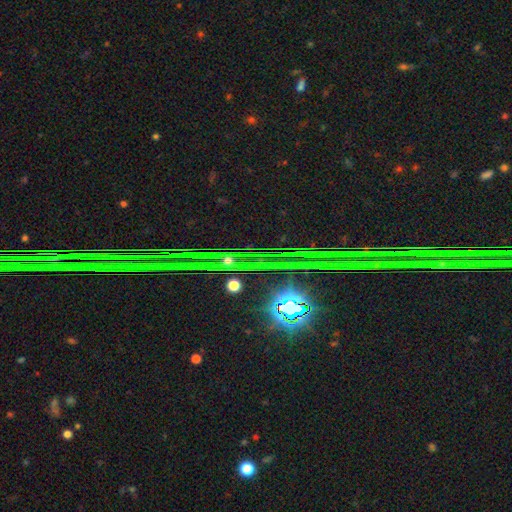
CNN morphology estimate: Overall: star or artifact (86%).